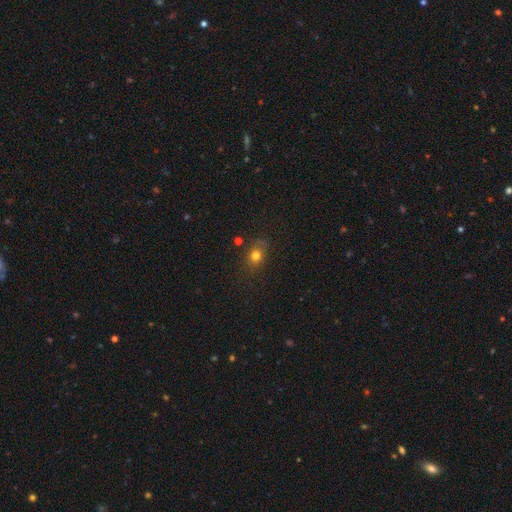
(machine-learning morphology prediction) A smooth galaxy with no disk features (73%) that is round (54%). Merging: none (71%).